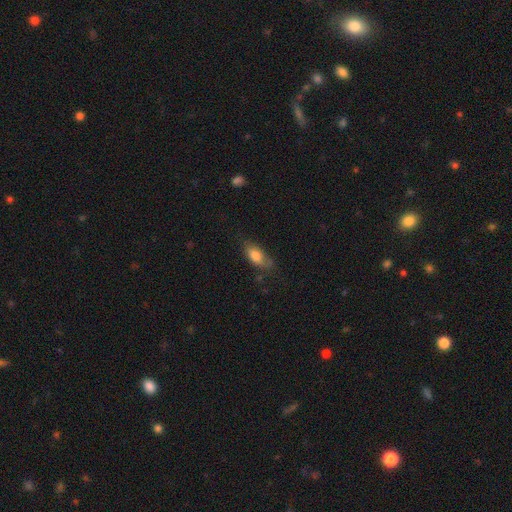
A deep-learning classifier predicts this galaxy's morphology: Smooth or featured?
  - smooth: 78% *
  - featured or disk: 15%
  - star or artifact: 7%
How rounded?
  - in between: 84% *
  - cigar-shaped: 12%
  - round: 4%
Merging?
  - none: 64% *
  - minor disturbance: 27%
  - major disturbance: 7%
  - merger: 2%